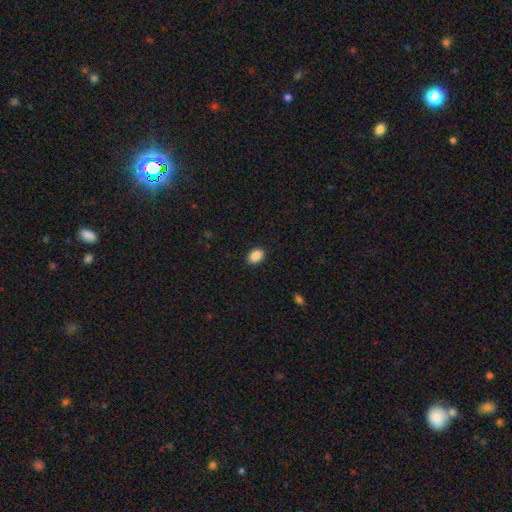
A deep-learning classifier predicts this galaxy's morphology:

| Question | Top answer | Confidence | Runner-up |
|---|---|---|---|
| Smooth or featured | smooth | 89% | star or artifact (8%) |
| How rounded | in between | 82% | round (16%) |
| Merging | none | 90% | minor disturbance (7%) |